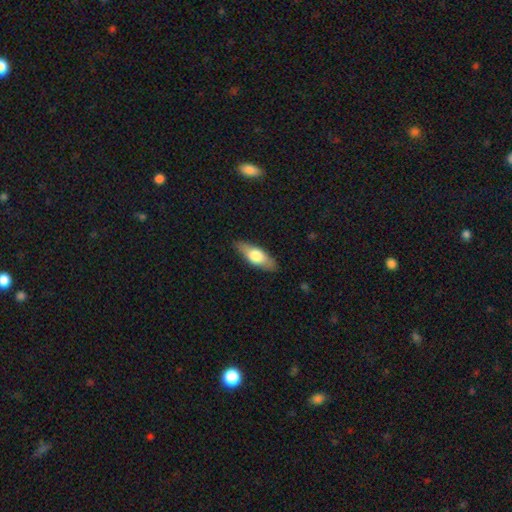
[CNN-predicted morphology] This is possibly a smooth galaxy (60%). How rounded: likely in between (64%). Merging: clearly none (86%).